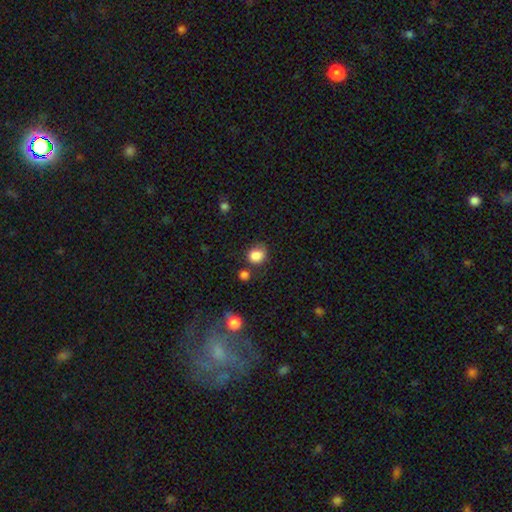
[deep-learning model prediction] Smooth or featured? Predicted: smooth (p=0.86). How rounded? Predicted: round (p=0.72). Merging? Predicted: none (p=0.66).